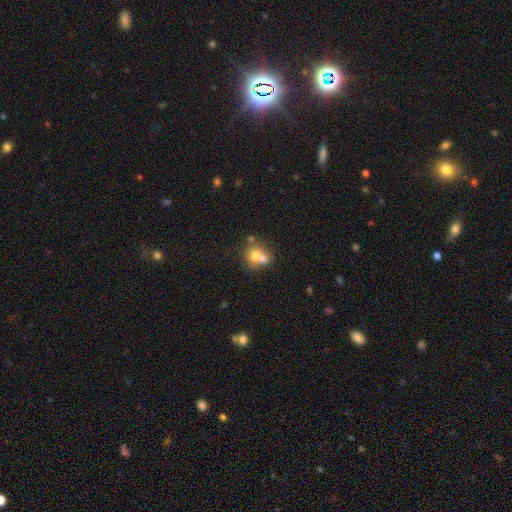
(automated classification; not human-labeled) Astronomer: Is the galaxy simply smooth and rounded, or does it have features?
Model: smooth — 66%.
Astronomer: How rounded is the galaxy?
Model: round — 69%.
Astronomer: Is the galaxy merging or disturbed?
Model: merger — 60%.